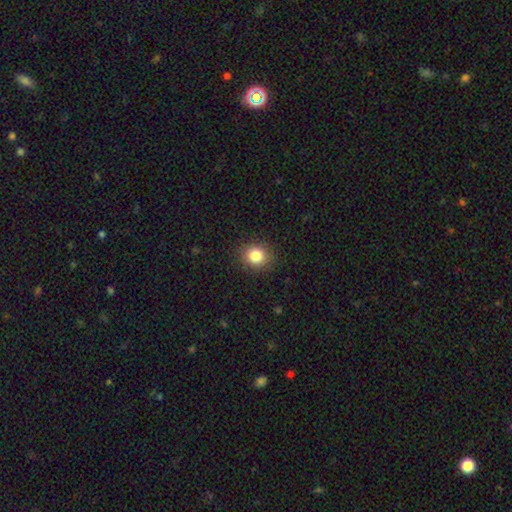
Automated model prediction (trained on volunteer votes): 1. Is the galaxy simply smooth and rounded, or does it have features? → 83% smooth, 11% star or artifact, 6% featured or disk.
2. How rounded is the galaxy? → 75% round, 24% in between, 1% cigar-shaped.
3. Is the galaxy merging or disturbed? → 88% none, 8% minor disturbance, 3% major disturbance, 1% merger.